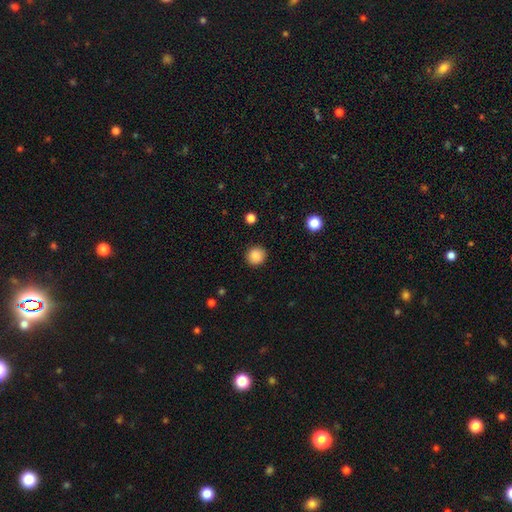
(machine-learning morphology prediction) Smooth or featured? smooth (87%)
How rounded? round (93%)
Merging? none (92%)